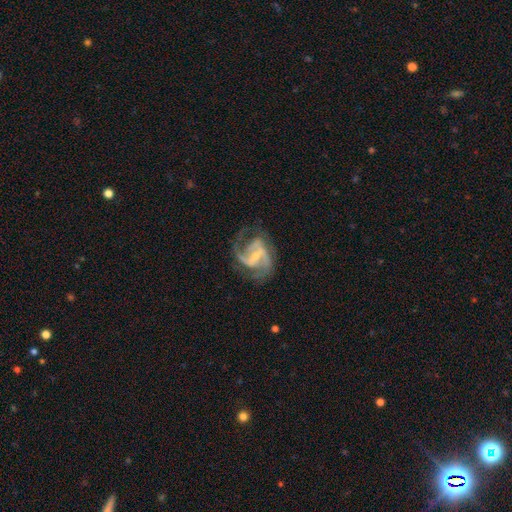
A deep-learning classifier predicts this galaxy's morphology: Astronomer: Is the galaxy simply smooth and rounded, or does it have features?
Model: featured or disk — 89%.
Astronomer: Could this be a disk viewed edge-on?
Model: no — 98%.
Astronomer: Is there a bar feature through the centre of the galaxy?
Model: weak — 48% (runner-up: strong, 35%).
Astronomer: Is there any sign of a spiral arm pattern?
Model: yes — 96%.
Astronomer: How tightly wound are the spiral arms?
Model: medium — 55%.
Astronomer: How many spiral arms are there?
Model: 2 — 61%.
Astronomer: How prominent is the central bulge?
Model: small — 57%.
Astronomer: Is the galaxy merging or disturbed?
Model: none — 59%.